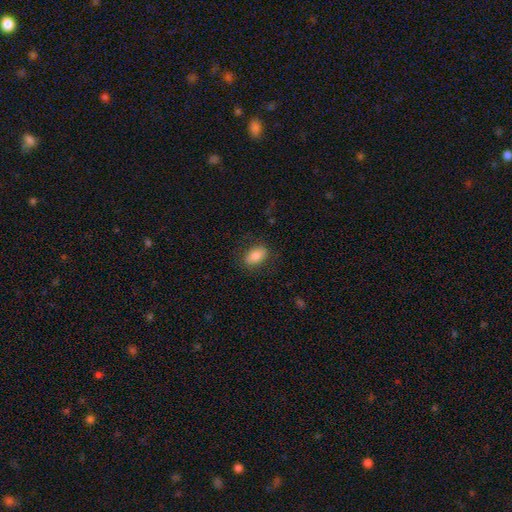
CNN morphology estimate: smooth_or_featured: smooth (p=0.78) [alt: featured or disk p=0.14]
how_rounded: in between (p=0.86) [alt: round p=0.12]
merging: none (p=0.82) [alt: minor disturbance p=0.13]